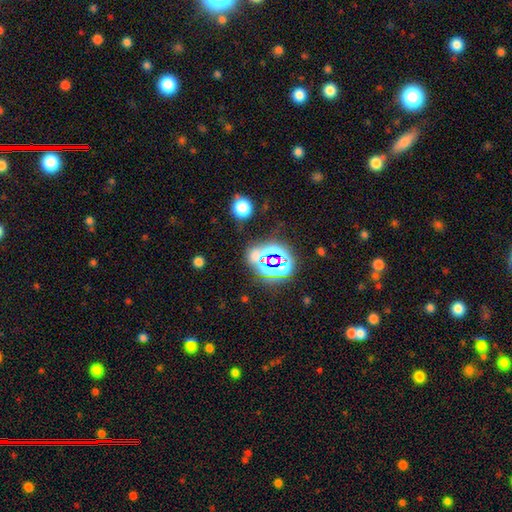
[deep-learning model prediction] This appears to be a star or artifact, not a galaxy (67%).